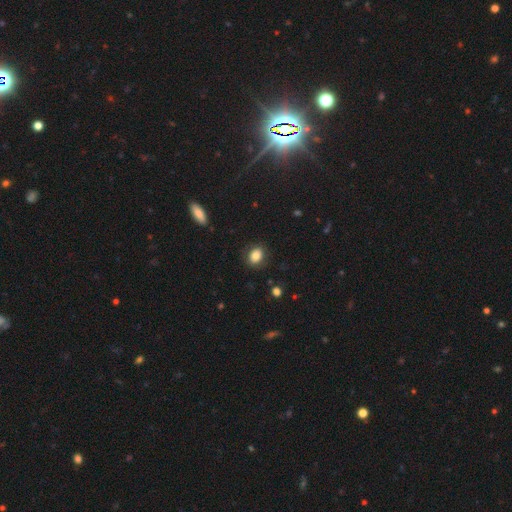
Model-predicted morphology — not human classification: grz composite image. It shows a smooth galaxy with no disk features (84%) that is in between round and cigar-shaped (61%). Merging: none (85%).